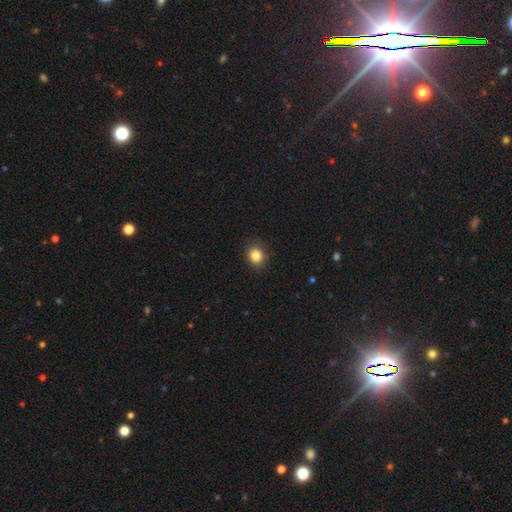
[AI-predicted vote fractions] This is clearly a smooth galaxy (85%). How rounded: likely round (75%). Merging: clearly none (88%).